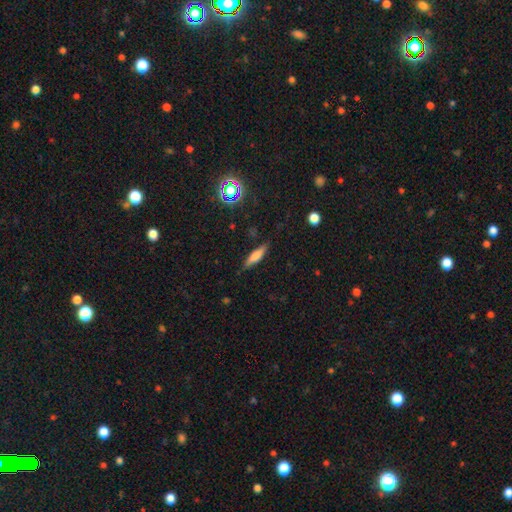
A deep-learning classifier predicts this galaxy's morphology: smooth-or-featured: smooth: 63% | featured or disk: 28% | star or artifact: 9%
  how-rounded: cigar-shaped: 73% | in between: 25% | round: 2%
  merging: none: 82% | minor disturbance: 13% | major disturbance: 3% | merger: 2%